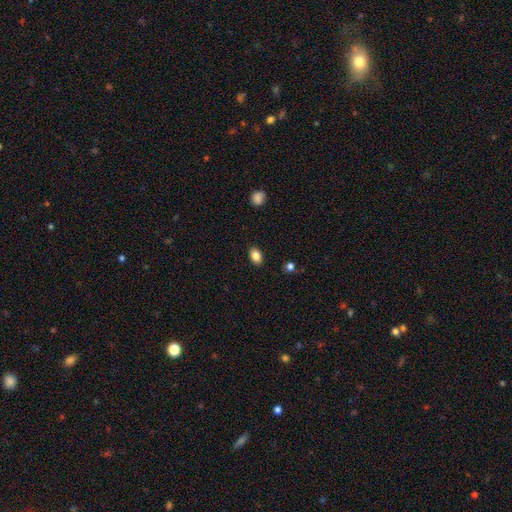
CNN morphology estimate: smooth_or_featured: smooth (p=0.85) [alt: star or artifact p=0.09]
how_rounded: in between (p=0.82) [alt: round p=0.17]
merging: none (p=0.88) [alt: minor disturbance p=0.08]